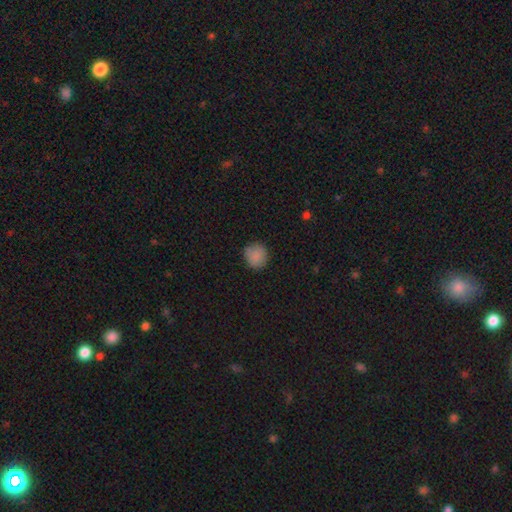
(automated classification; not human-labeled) Smooth or featured? smooth (87%)
How rounded? round (91%)
Merging? none (86%)